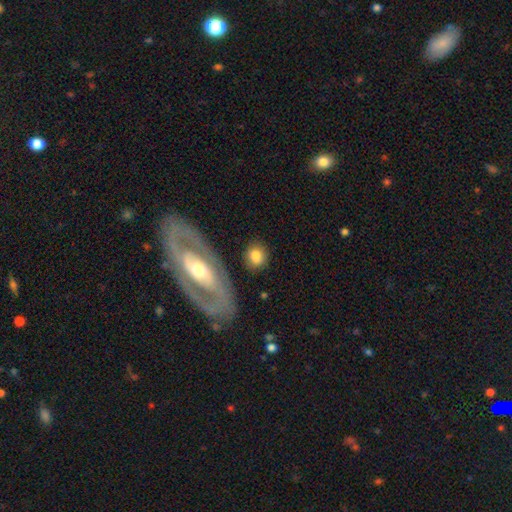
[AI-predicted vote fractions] This appears to be a smooth galaxy with no disk features (73%) that is round (68%). Merging: none (78%).